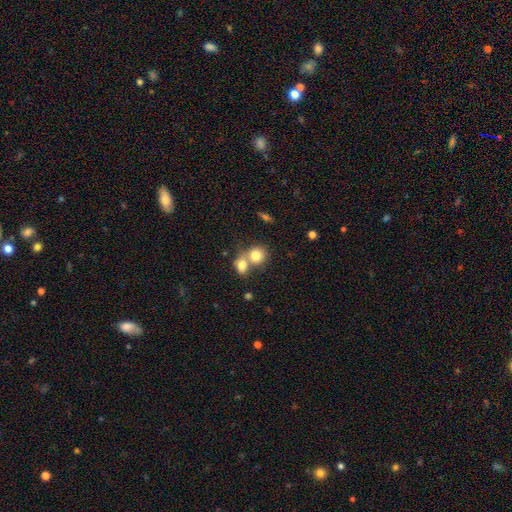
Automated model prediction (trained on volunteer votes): Q: Smooth or featured?
A: smooth (78%); runner-up: featured or disk (13%)
Q: How rounded?
A: round (72%); runner-up: in between (27%)
Q: Merging?
A: merger (59%); runner-up: none (31%)